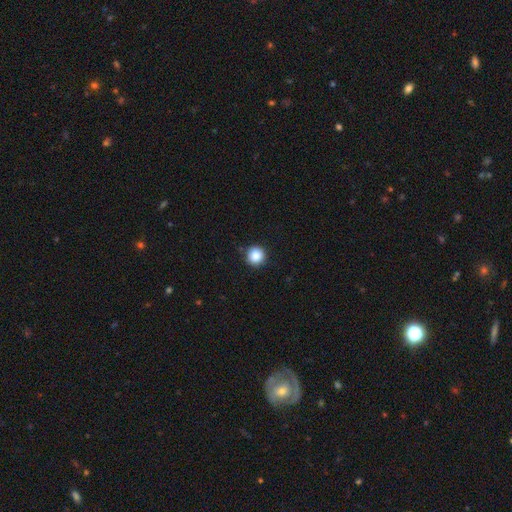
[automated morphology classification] This appears to be a smooth galaxy with no disk features (86%) that is round (95%). Merging: none (89%).